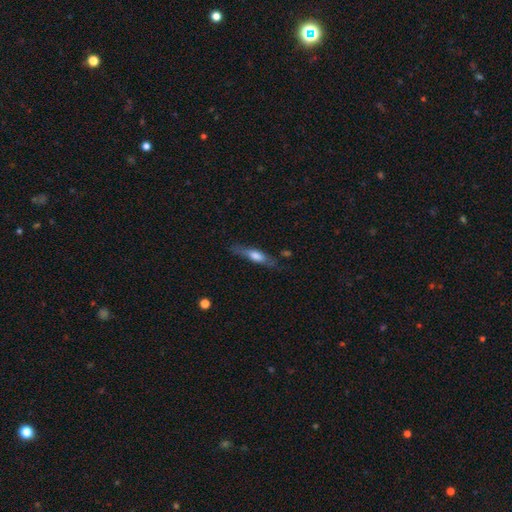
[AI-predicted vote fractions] Smooth or featured? Predicted: smooth (p=0.55). How rounded? Predicted: cigar-shaped (p=0.69). Merging? Predicted: none (p=0.69).